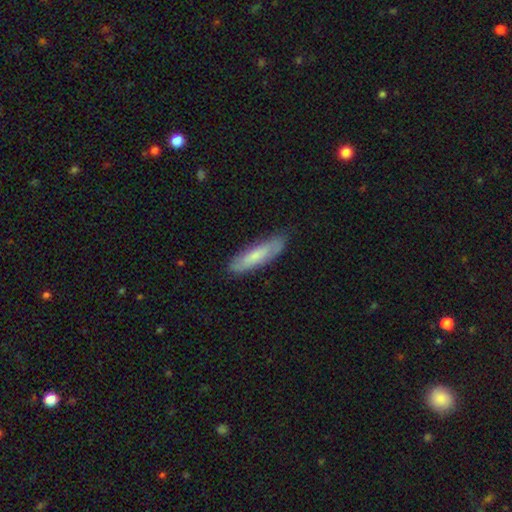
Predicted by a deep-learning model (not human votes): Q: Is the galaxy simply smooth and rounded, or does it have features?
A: smooth — 68%.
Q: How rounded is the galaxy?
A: cigar-shaped — 69%.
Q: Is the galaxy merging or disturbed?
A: none — 81%.